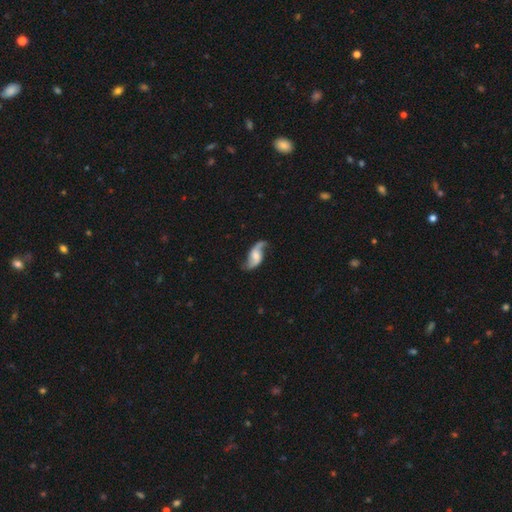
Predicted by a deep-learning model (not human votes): This is clearly a featured or disk galaxy (82%). It is clearly not viewed edge-on (95%). Bar: possibly no (46%). Spiral arm pattern: clearly yes (95%). Spiral arm count: clearly 2 (92%). Spiral winding: likely loose (77%). Central bulge: marginally moderate (43%). Merging: likely none (73%).